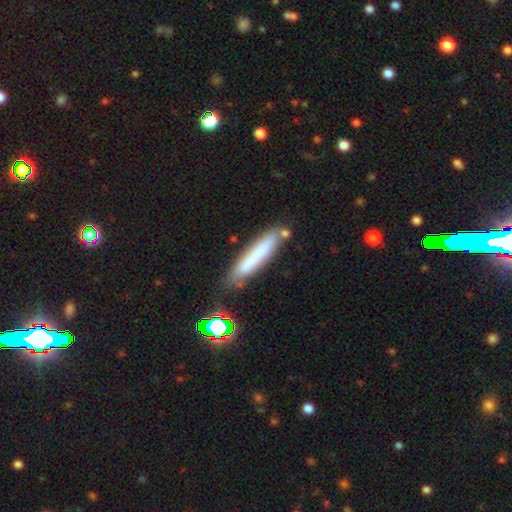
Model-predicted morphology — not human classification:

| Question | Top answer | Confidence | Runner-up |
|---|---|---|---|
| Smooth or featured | smooth | 66% | featured or disk (23%) |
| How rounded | cigar-shaped | 90% | in between (9%) |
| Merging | none | 74% | minor disturbance (15%) |